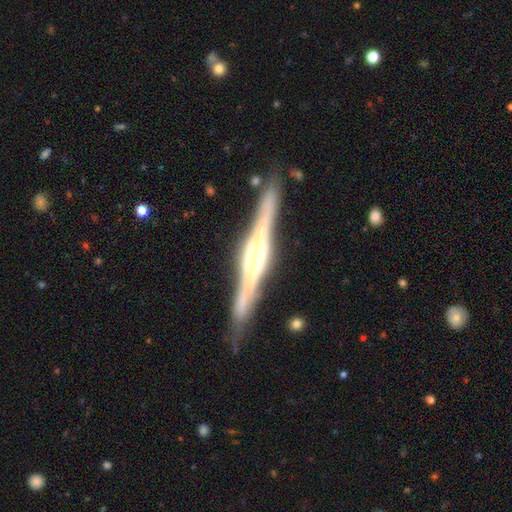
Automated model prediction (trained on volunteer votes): This is clearly a featured or disk galaxy (88%). It is clearly viewed edge-on (98%). Edge-on bulge: possibly rounded (47%, tied with boxy). Merging: clearly none (87%).